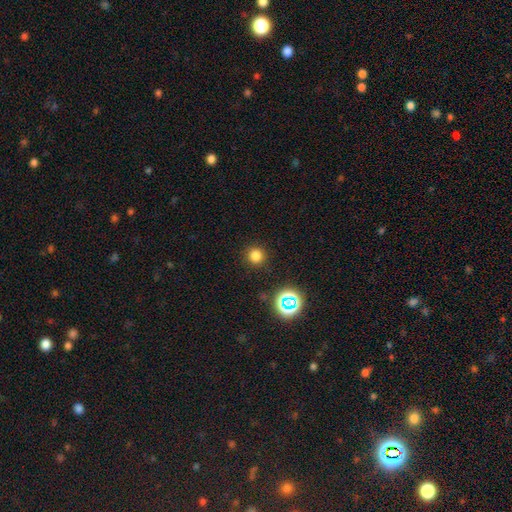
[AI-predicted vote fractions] Smooth or featured?
  - smooth: 78% *
  - star or artifact: 18%
  - featured or disk: 5%
How rounded?
  - round: 94% *
  - in between: 5%
  - cigar-shaped: 1%
Merging?
  - none: 90% *
  - minor disturbance: 6%
  - major disturbance: 2%
  - merger: 1%